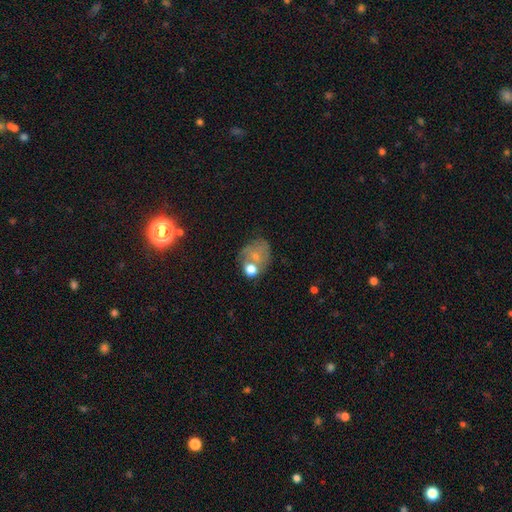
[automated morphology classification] smooth 53%, featured or disk 34%, star or artifact 13%. Down the decision tree: how rounded — round (56%); merging — none (34%).